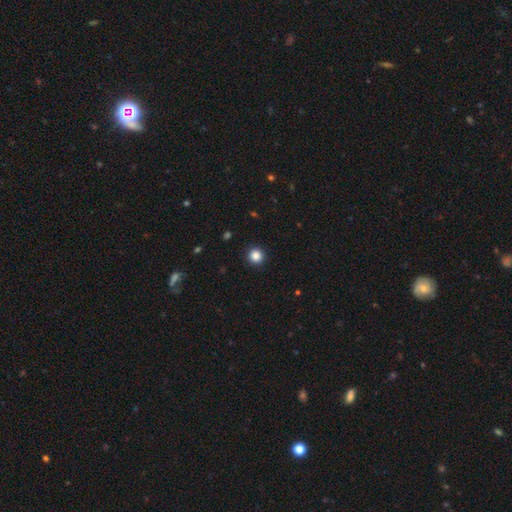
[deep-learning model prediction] Overall: smooth (85%). How rounded: round (95%). Merging: none (93%).